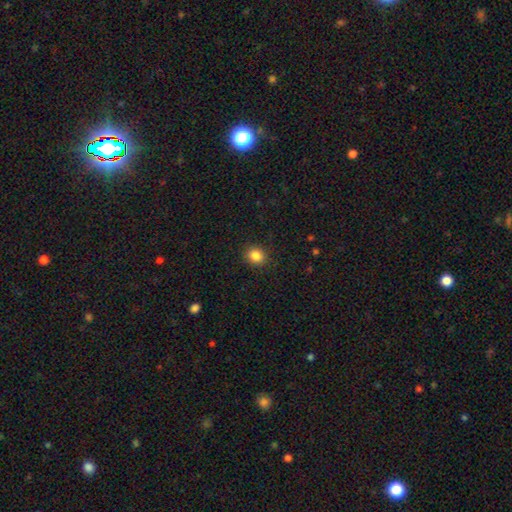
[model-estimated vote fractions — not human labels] Q: Smooth or featured?
A: smooth (85%); runner-up: star or artifact (11%)
Q: How rounded?
A: round (71%); runner-up: in between (28%)
Q: Merging?
A: none (90%); runner-up: minor disturbance (7%)